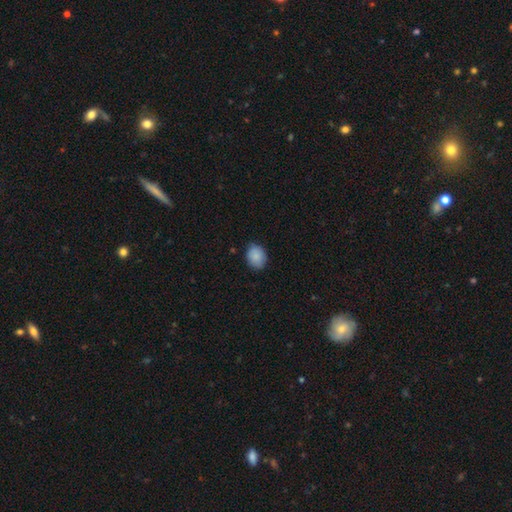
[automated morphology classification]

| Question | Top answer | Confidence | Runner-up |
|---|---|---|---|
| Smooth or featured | smooth | 88% | star or artifact (7%) |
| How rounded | in between | 56% | round (43%) |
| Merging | none | 82% | minor disturbance (15%) |